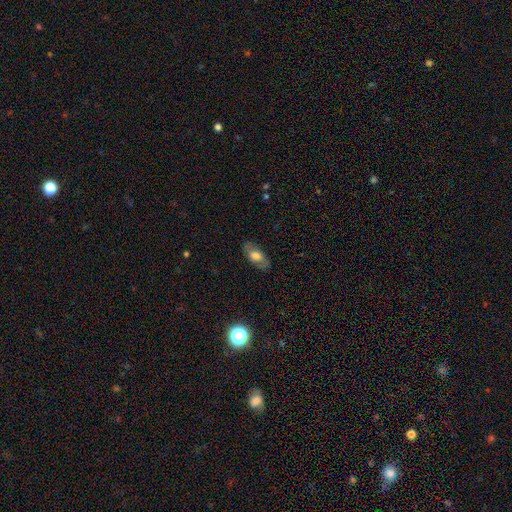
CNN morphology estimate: A smooth galaxy with no disk features (59%) that is in between round and cigar-shaped (89%).

Vote fractions:
- Smooth or featured? smooth: 59% / featured or disk: 33% / star or artifact: 8%
- How rounded? in between: 89% / cigar-shaped: 6% / round: 5%
- Merging? none: 80% / minor disturbance: 14% / major disturbance: 5% / merger: 1%